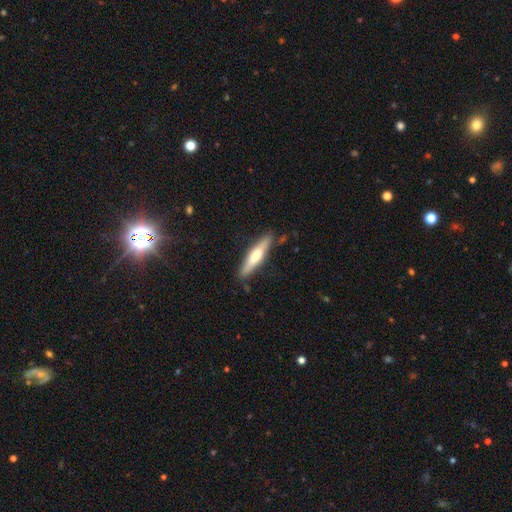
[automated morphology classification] A featured or disk galaxy (49%). Merging: none (85%).